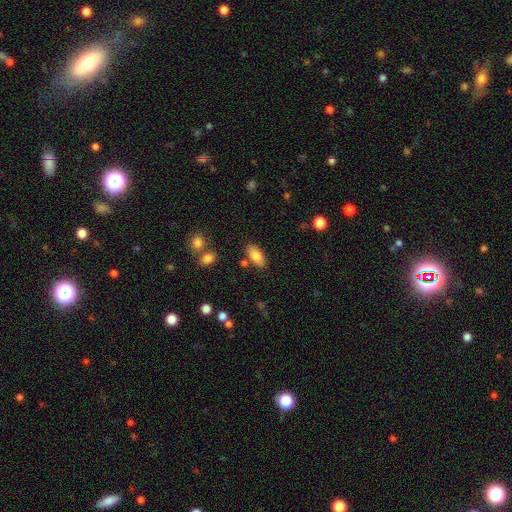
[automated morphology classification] This is clearly a smooth galaxy (82%). How rounded: clearly in between (90%). Merging: likely none (79%).